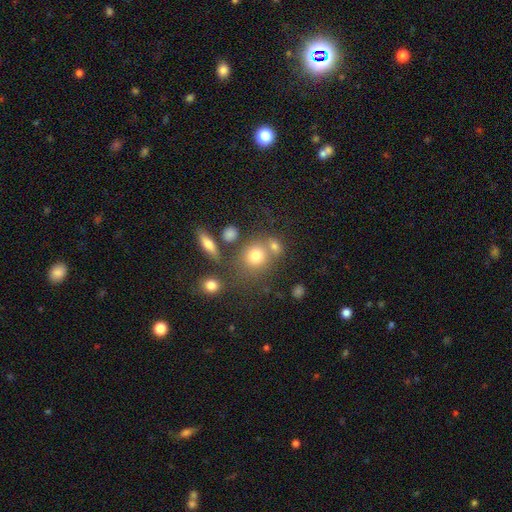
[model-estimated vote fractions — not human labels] Overall: smooth (74%). How rounded: round (77%). Merging: none (58%; merger 25%).